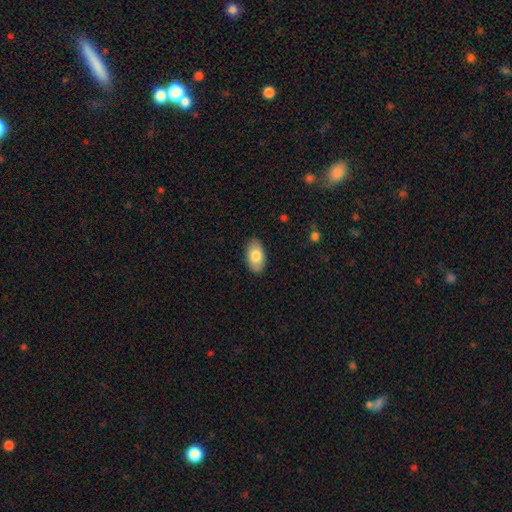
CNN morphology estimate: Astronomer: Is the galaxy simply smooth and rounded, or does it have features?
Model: smooth — 79%.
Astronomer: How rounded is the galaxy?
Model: in between — 94%.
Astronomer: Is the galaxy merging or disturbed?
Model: none — 88%.